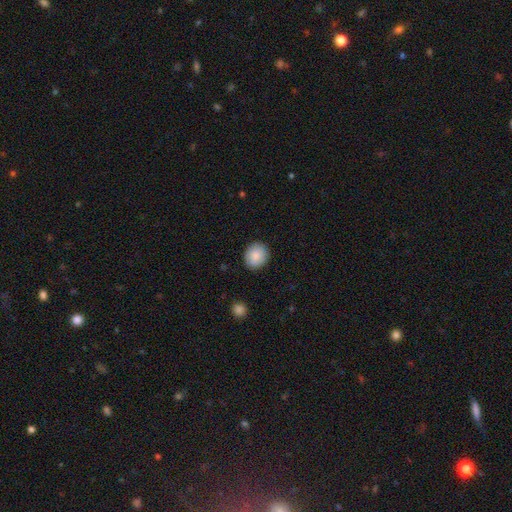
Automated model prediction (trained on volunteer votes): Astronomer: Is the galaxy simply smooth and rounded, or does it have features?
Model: smooth — 86%.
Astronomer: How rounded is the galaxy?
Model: round — 71%.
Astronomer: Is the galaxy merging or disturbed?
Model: none — 88%.